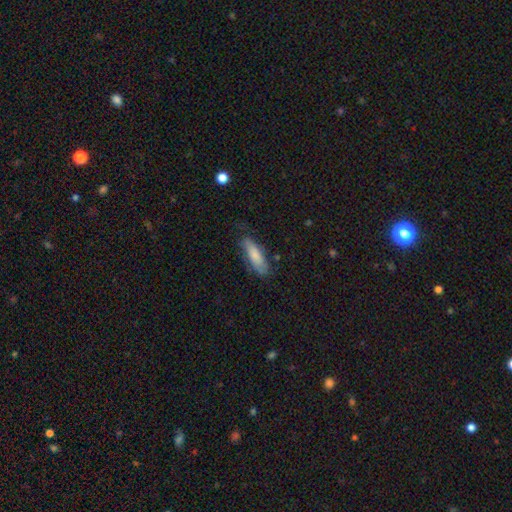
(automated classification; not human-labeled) A smooth galaxy with no disk features (76%) that is cigar-shaped (49%, tied with in between). Merging: none (68%).